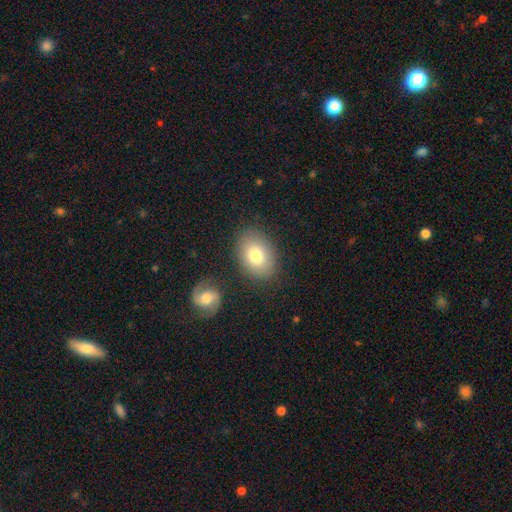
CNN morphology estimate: Q: Smooth or featured?
A: smooth (78%); runner-up: featured or disk (14%)
Q: How rounded?
A: in between (74%); runner-up: round (25%)
Q: Merging?
A: none (81%); runner-up: minor disturbance (11%)